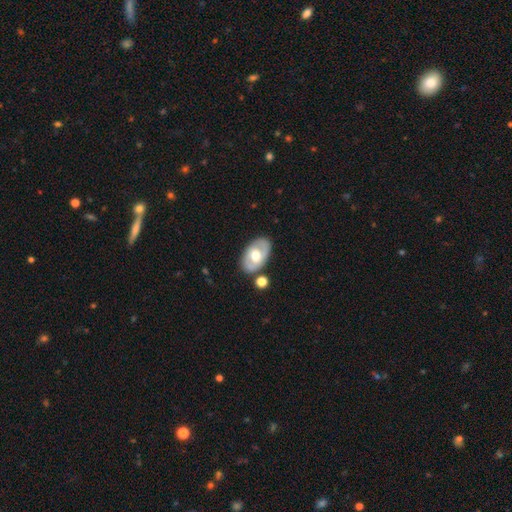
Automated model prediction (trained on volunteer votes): Q: Smooth or featured?
A: featured or disk (52%); runner-up: smooth (42%)
Q: Edge-on disk?
A: no (90%); runner-up: yes (10%)
Q: Merging?
A: none (77%); runner-up: minor disturbance (13%)